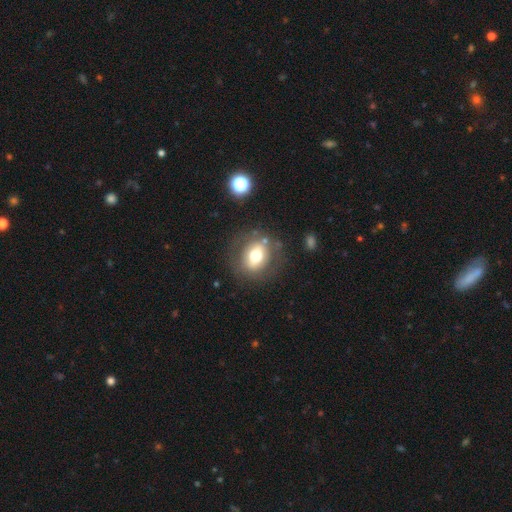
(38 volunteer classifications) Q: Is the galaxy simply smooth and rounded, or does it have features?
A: smooth — 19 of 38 (50%).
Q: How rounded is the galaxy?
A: round — 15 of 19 (79%).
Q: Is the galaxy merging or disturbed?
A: none — 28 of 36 (78%).